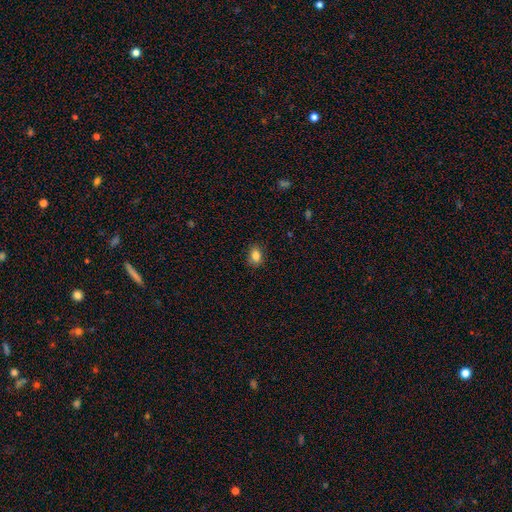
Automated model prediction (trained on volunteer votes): A smooth galaxy with no disk features (83%) that is in between round and cigar-shaped (69%).

Vote fractions:
- Smooth or featured? smooth: 83% / star or artifact: 10% / featured or disk: 6%
- How rounded? in between: 69% / round: 29% / cigar-shaped: 1%
- Merging? none: 84% / minor disturbance: 12% / major disturbance: 2% / merger: 1%